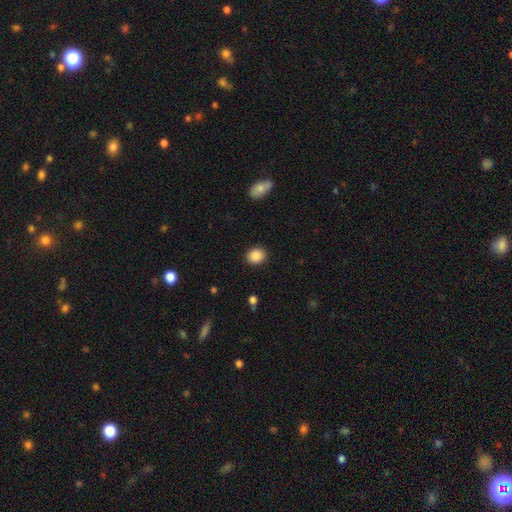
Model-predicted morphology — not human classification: This is clearly a smooth galaxy (88%). How rounded: likely round (74%). Merging: clearly none (90%).